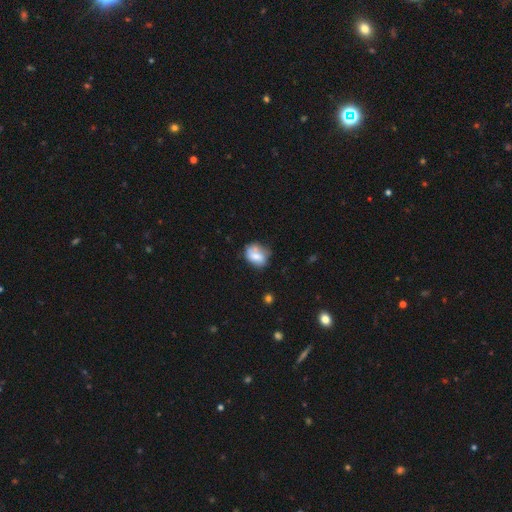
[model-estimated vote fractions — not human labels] Morphology: type=smooth (67%); roundness=in between (59%); merging=none (45%).